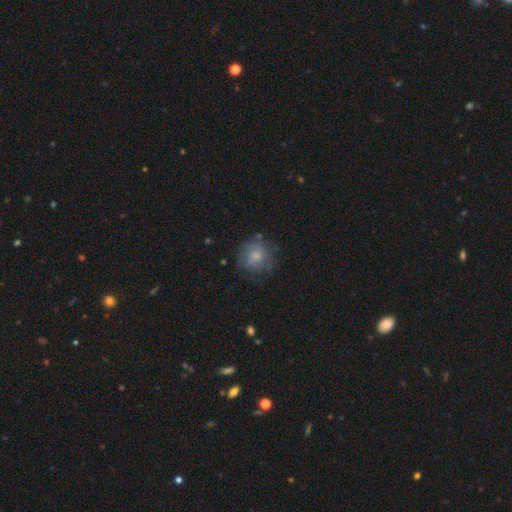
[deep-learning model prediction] smooth_or_featured: smooth (p=0.65) [alt: featured or disk p=0.26]
how_rounded: round (p=0.88) [alt: in between p=0.11]
merging: none (p=0.68) [alt: minor disturbance p=0.20]